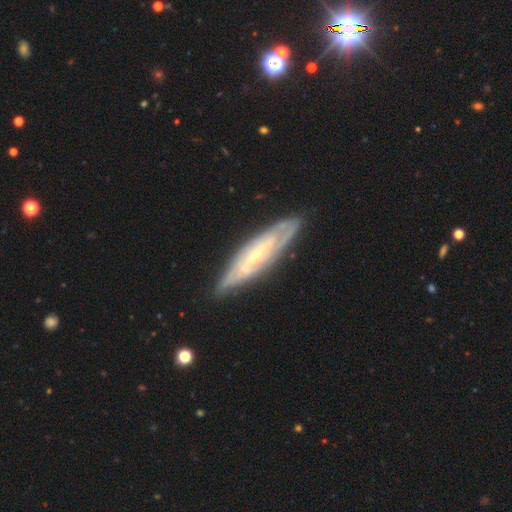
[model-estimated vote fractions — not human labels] A featured or disk galaxy (75%). Merging: none (77%).